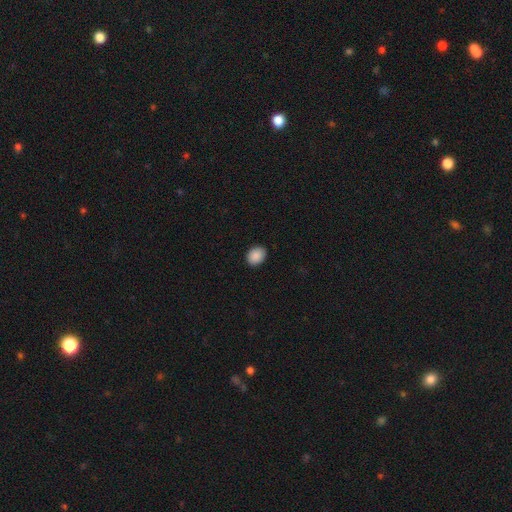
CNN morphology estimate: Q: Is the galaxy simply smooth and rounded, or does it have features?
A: smooth — 89%.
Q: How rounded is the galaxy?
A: in between — 53%.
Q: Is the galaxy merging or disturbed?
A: none — 90%.